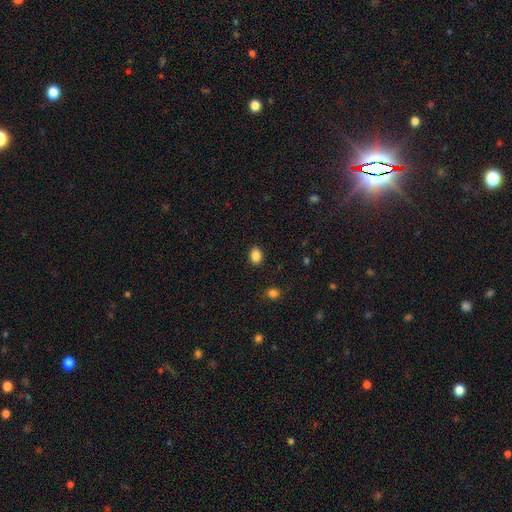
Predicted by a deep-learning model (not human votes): The model was most divided on "how rounded": in between: 69%, round: 30%, cigar-shaped: 1%. More confident: merging — none (89%); smooth or featured — smooth (86%).